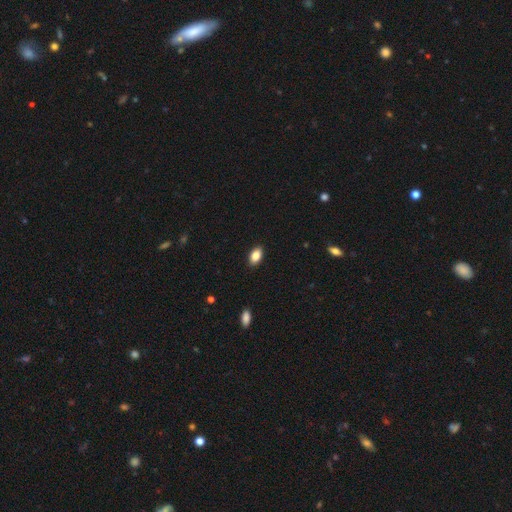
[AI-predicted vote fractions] The model was most divided on "smooth or featured": smooth: 86%, star or artifact: 8%, featured or disk: 6%. More confident: how rounded — in between (92%); merging — none (89%).